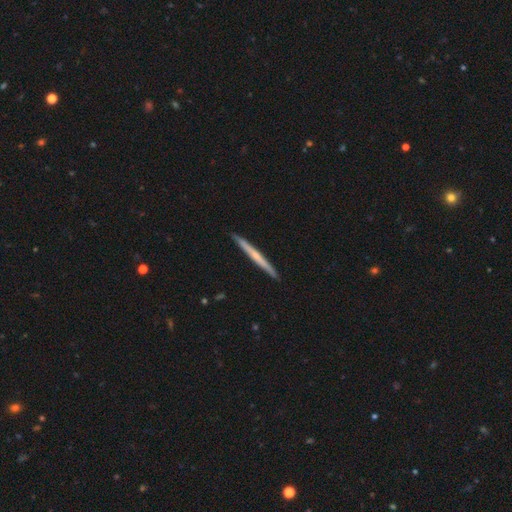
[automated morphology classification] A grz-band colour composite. It shows a featured or disk galaxy (53%) viewed edge-on (98%) with no central bulge (69%). Merging: none (92%).